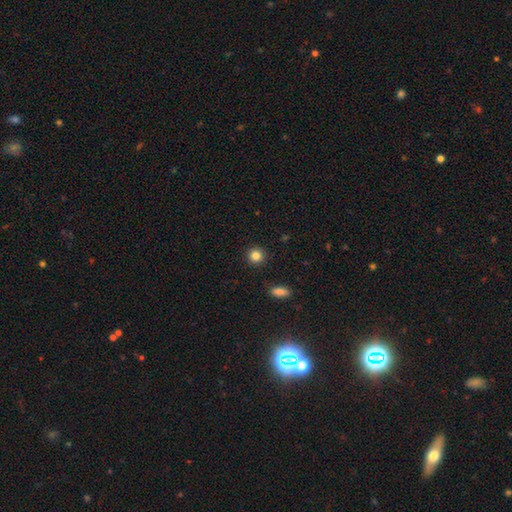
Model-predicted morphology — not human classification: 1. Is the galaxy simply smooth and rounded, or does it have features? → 84% smooth, 11% star or artifact, 5% featured or disk.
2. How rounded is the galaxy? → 92% round, 7% in between, 1% cigar-shaped.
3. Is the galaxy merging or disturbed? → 91% none, 5% minor disturbance, 2% major disturbance, 1% merger.